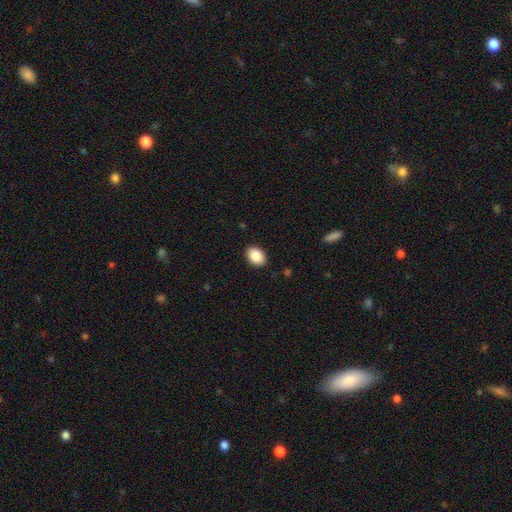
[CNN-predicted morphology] The model was most divided on "how rounded": in between: 76%, round: 23%, cigar-shaped: 1%. More confident: merging — none (90%); smooth or featured — smooth (88%).